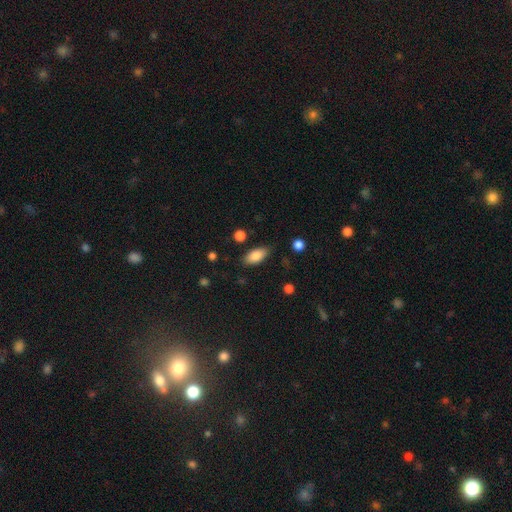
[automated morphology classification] type=smooth (85%); roundness=in between (90%); merging=none (82%).